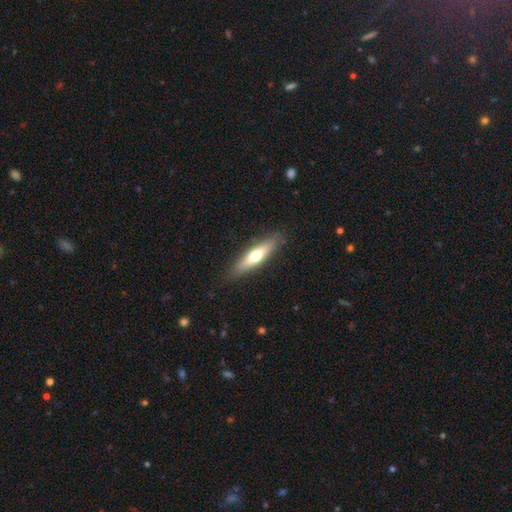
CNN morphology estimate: Overall: smooth (53%; featured or disk 41%). How rounded: cigar-shaped (76%). Merging: none (86%).